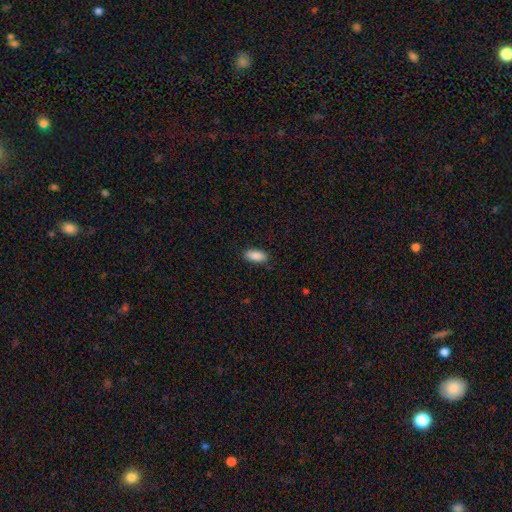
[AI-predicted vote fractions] The model was most divided on "merging": none: 86%, minor disturbance: 11%, major disturbance: 2%, merger: 1%. More confident: smooth or featured — smooth (89%); how rounded — in between (88%).